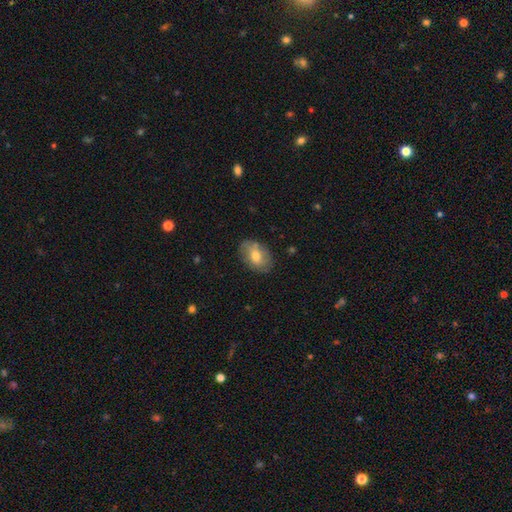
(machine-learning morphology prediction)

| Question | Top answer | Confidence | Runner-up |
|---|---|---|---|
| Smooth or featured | smooth | 65% | featured or disk (27%) |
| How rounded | in between | 85% | round (13%) |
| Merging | none | 78% | minor disturbance (17%) |